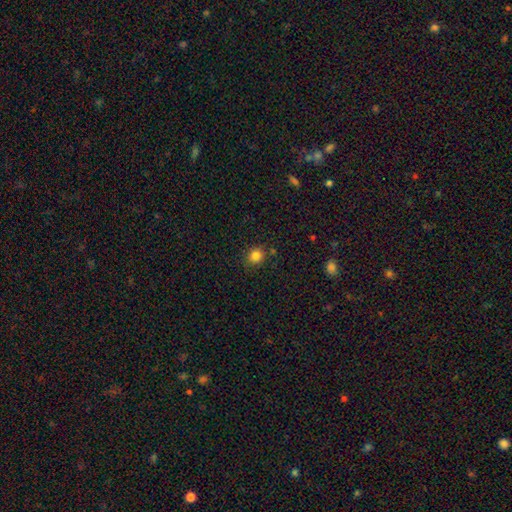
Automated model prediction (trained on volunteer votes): smooth 83%, star or artifact 12%, featured or disk 5%. Down the decision tree: how rounded — round (84%); merging — none (85%).